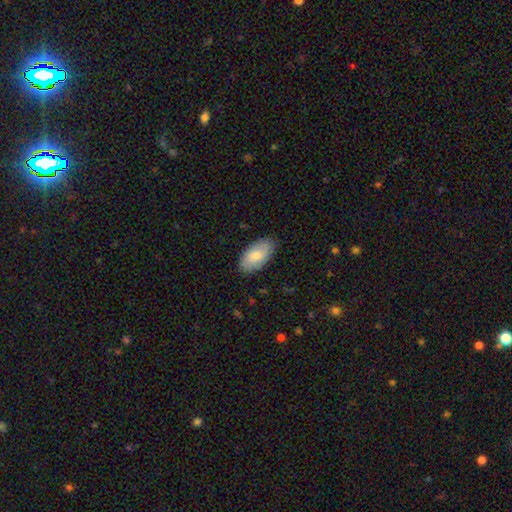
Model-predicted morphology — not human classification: A smooth galaxy with no disk features (77%) that is in between round and cigar-shaped (95%). Merging: none (84%).